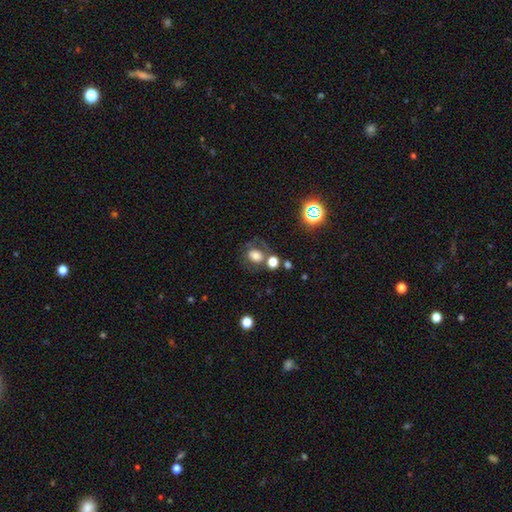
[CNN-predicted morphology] The model was most divided on "how rounded": round: 59%, in between: 40%, cigar-shaped: 1%. More confident: smooth or featured — smooth (62%); merging — none (54%).